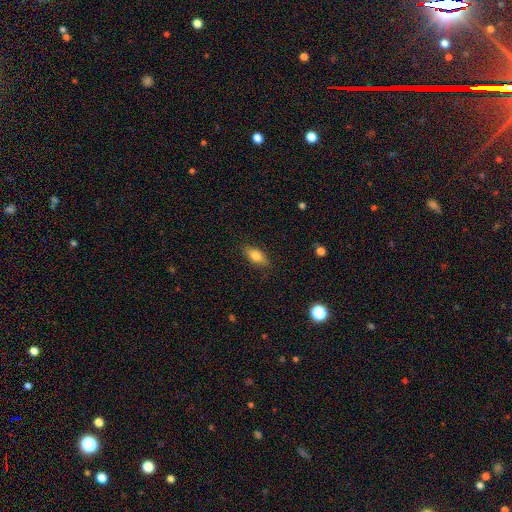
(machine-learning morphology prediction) A smooth galaxy with no disk features (78%) that is in between round and cigar-shaped (81%). Merging: none (84%).